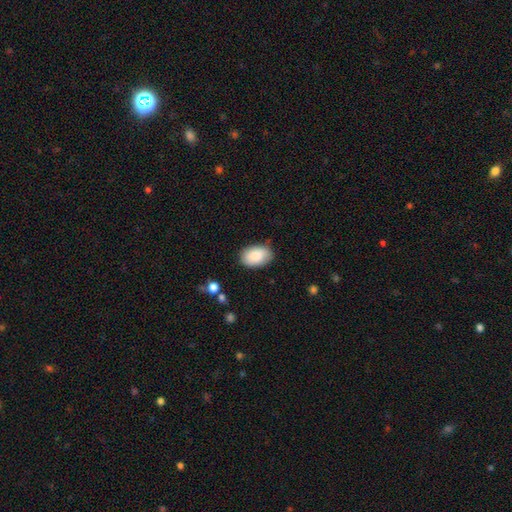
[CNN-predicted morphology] type=smooth (87%); roundness=in between (90%); merging=none (81%).